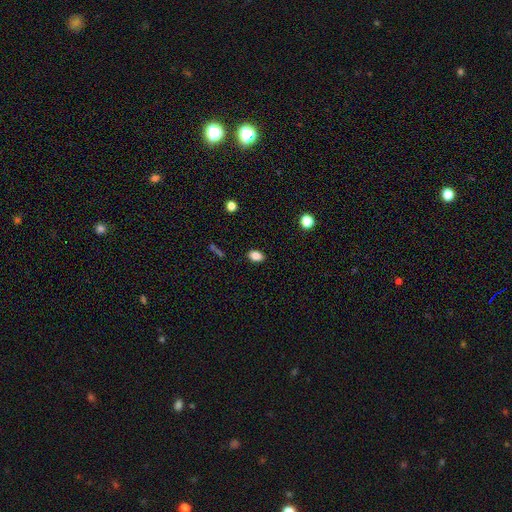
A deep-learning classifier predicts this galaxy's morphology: This appears to be a smooth galaxy with no disk features (85%) that is in between round and cigar-shaped (83%). Merging: none (87%).